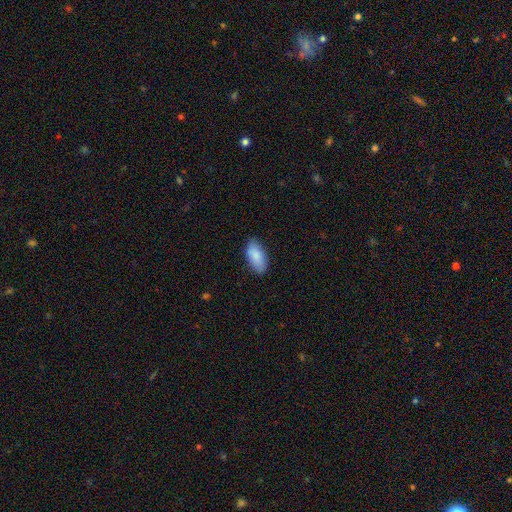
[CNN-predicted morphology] type=smooth (87%); roundness=in between (92%); merging=none (83%).